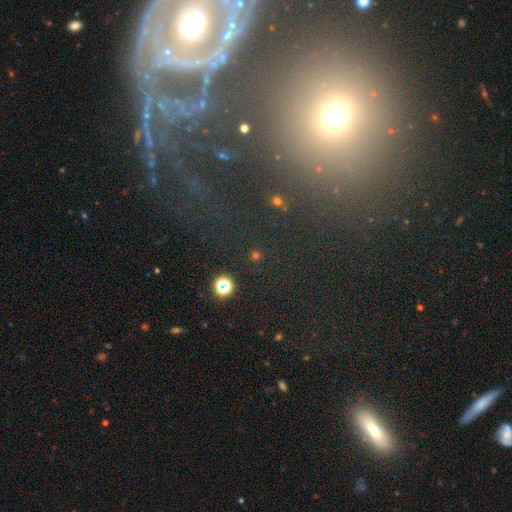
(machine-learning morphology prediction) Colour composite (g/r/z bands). It shows a star or artifact, not a galaxy (45%, tied with smooth).